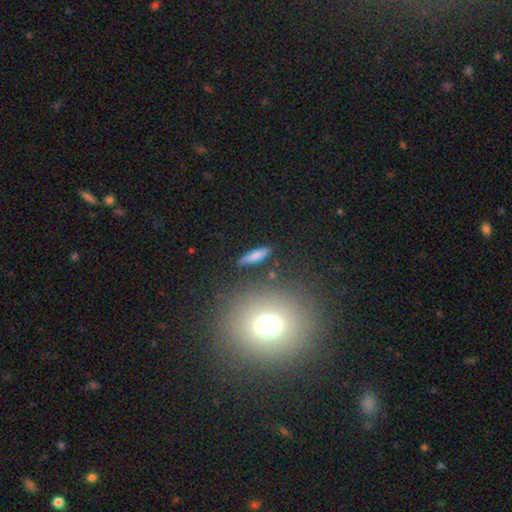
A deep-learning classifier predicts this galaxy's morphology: type=smooth (76%); roundness=cigar-shaped (71%); merging=none (83%).